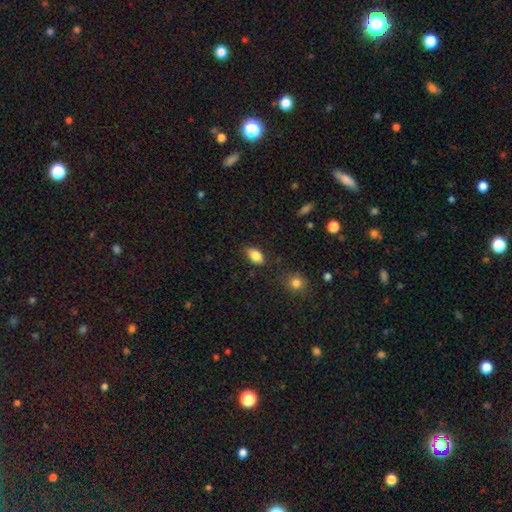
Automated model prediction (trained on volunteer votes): Morphology: type=smooth (86%); roundness=in between (90%); merging=none (80%).